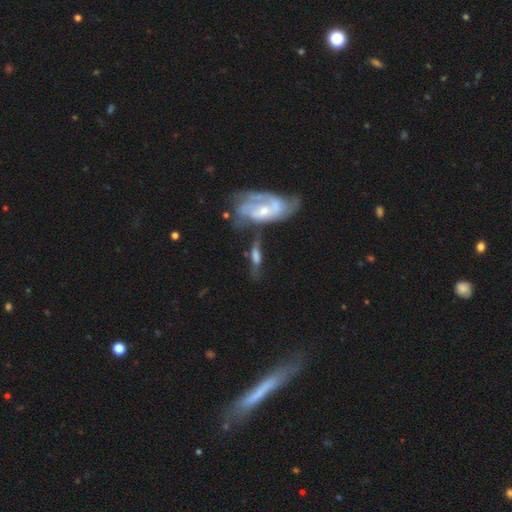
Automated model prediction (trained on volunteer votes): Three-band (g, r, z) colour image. It shows a featured or disk galaxy (55%). Merging: none (36%).